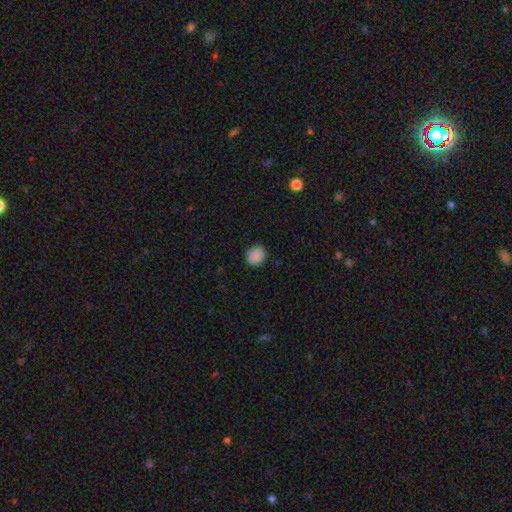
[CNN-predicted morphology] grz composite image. It shows a smooth galaxy with no disk features (88%) that is round (79%). Merging: none (86%).